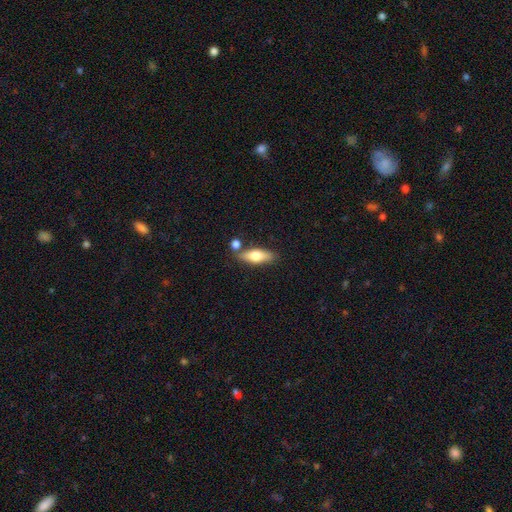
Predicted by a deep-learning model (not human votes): Smooth or featured: smooth — 62% (featured or disk — 31%)
How rounded: in between — 60% (cigar-shaped — 36%)
Merging: none — 73% (merger — 12%)